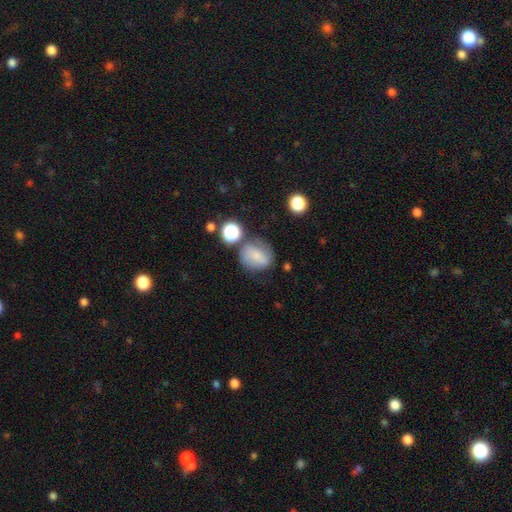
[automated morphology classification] A smooth galaxy with no disk features (64%) that is round (67%). Merging: none (56%).